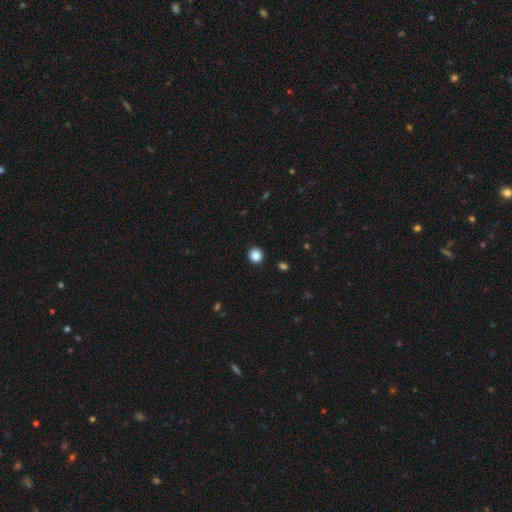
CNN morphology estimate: smooth-or-featured: smooth: 86% | star or artifact: 10% | featured or disk: 3%
  how-rounded: round: 92% | in between: 7% | cigar-shaped: 1%
  merging: none: 92% | minor disturbance: 5% | major disturbance: 2% | merger: 1%